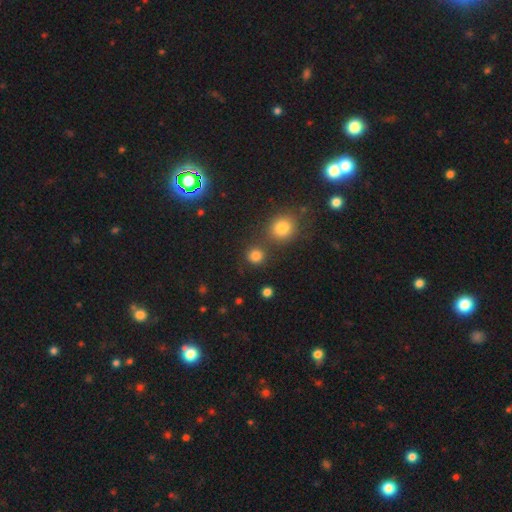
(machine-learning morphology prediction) smooth 80%, star or artifact 15%, featured or disk 5%. Down the decision tree: how rounded — round (90%); merging — none (77%).